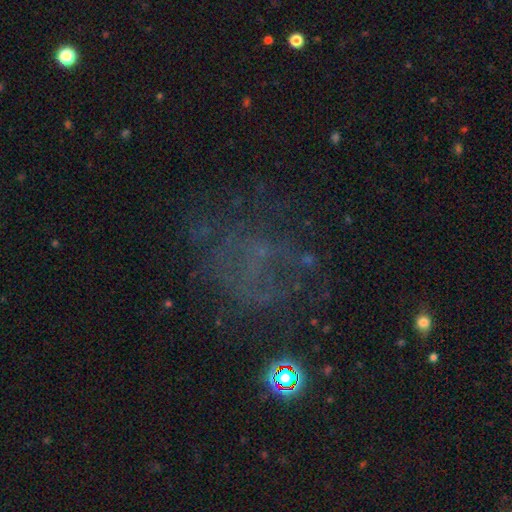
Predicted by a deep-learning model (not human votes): Smooth or featured? Predicted: featured or disk (p=0.40). Merging? Predicted: none (p=0.54).